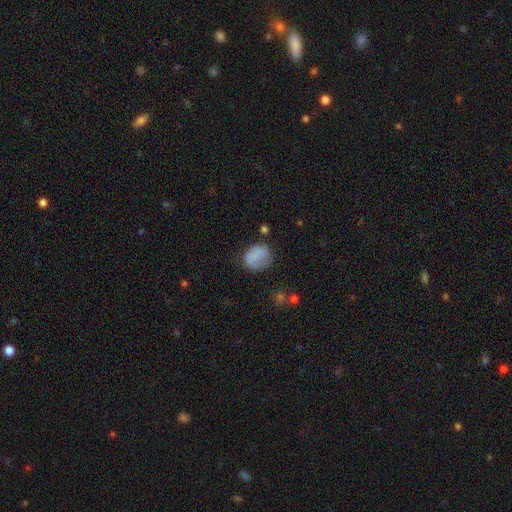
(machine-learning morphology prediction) type=smooth (79%); roundness=round (69%); merging=none (62%).